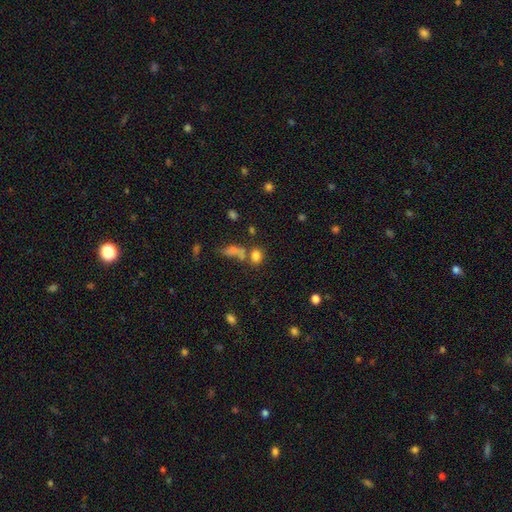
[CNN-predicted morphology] Smooth or featured? smooth (77%)
How rounded? in between (61%)
Merging? none (52%)